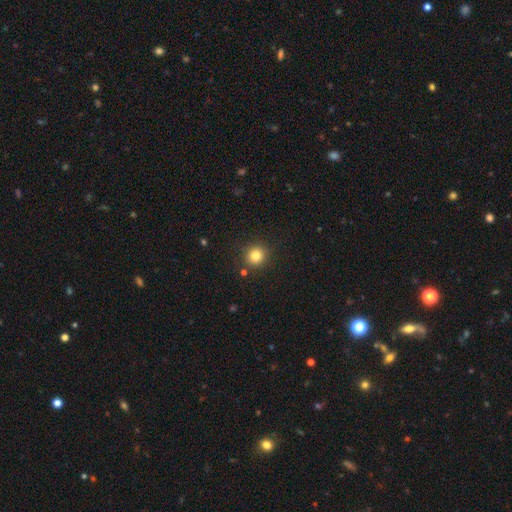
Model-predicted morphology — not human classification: A smooth galaxy with no disk features (82%) that is round (92%). Merging: none (88%).